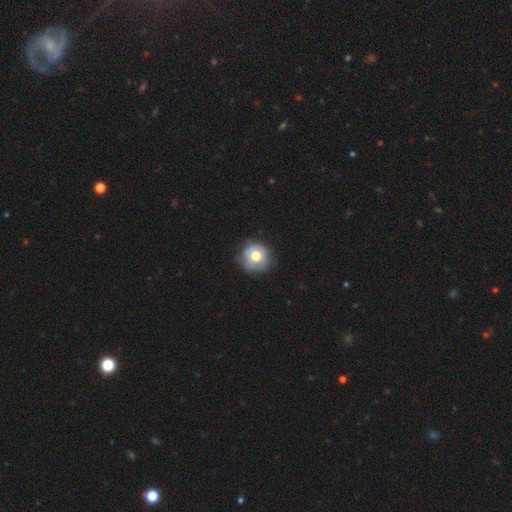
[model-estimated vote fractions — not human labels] This is likely a smooth galaxy (64%). How rounded: clearly round (92%). Merging: likely none (73%).